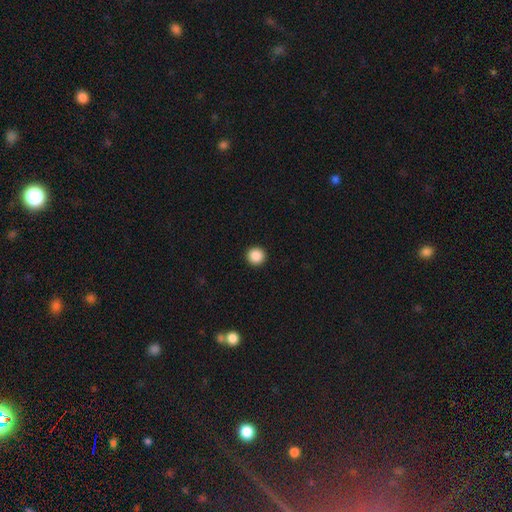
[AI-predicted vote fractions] Q: Smooth or featured?
A: smooth (88%); runner-up: star or artifact (9%)
Q: How rounded?
A: round (95%); runner-up: in between (4%)
Q: Merging?
A: none (94%); runner-up: minor disturbance (4%)